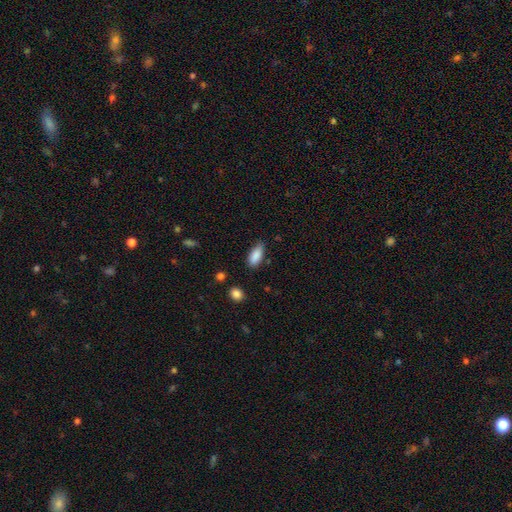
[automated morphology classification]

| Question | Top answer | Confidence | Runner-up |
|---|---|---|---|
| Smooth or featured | smooth | 88% | star or artifact (7%) |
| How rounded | in between | 82% | cigar-shaped (16%) |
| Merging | none | 74% | minor disturbance (21%) |